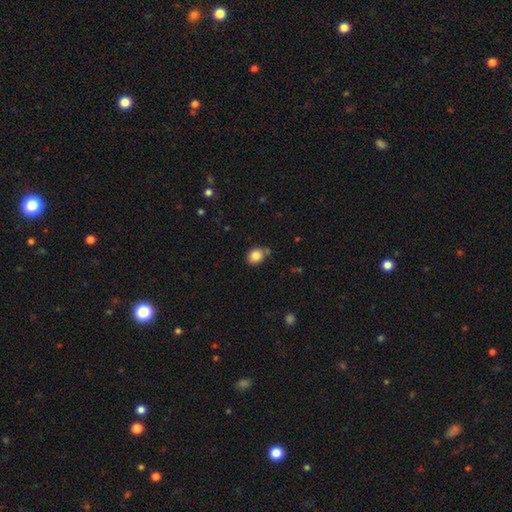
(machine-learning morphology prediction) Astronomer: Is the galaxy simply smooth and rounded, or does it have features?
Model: smooth — 84%.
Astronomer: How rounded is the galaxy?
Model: round — 67%.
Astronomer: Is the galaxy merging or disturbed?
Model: none — 72%.